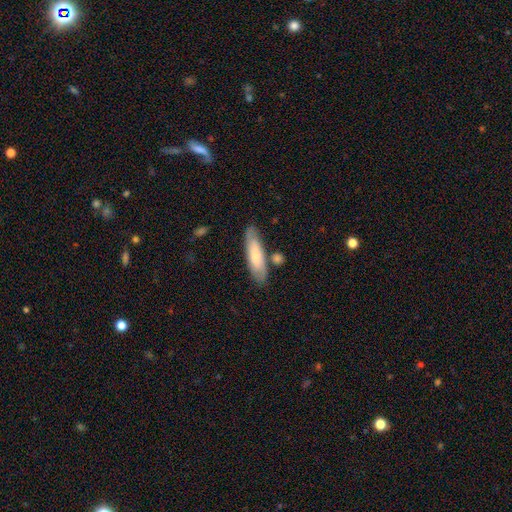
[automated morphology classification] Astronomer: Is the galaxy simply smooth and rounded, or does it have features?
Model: smooth — 64%.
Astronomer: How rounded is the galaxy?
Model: cigar-shaped — 63%.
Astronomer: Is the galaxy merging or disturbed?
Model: none — 74%.